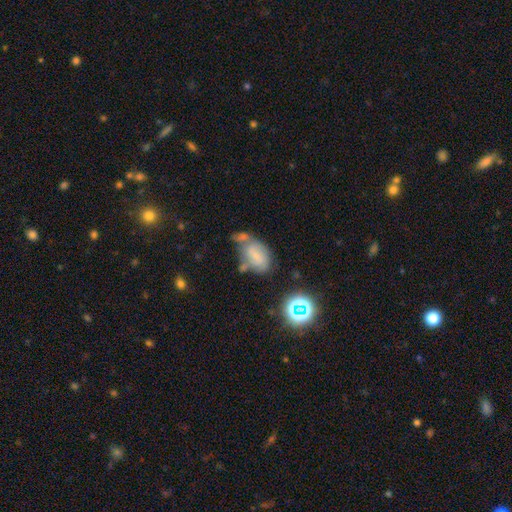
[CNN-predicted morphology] Smooth or featured? smooth (58%)
How rounded? in between (86%)
Merging? none (32%)